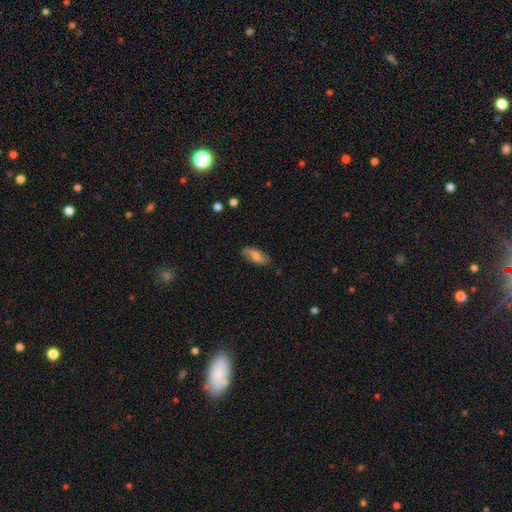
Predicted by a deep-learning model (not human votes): This is possibly a smooth galaxy (48%). Merging: clearly none (81%).